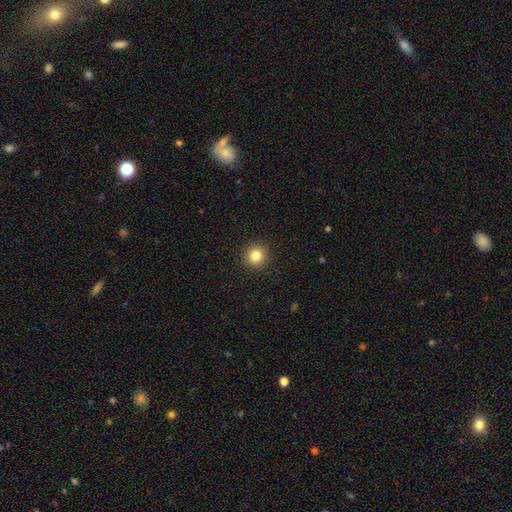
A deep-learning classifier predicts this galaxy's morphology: smooth-or-featured: smooth: 84% | star or artifact: 11% | featured or disk: 5%
  how-rounded: round: 94% | in between: 5% | cigar-shaped: 1%
  merging: none: 92% | minor disturbance: 5% | major disturbance: 2% | merger: 1%